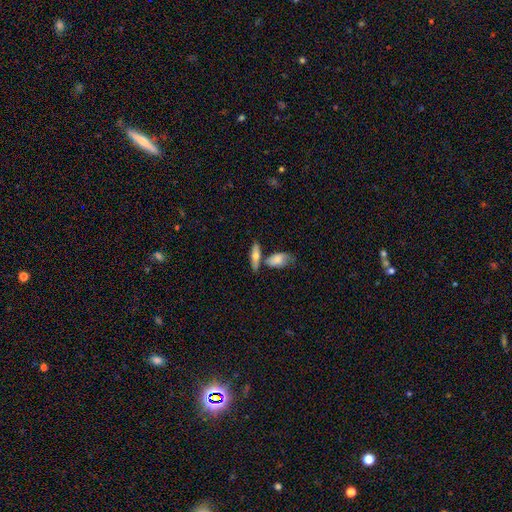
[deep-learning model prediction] This is possibly a smooth galaxy (55%). How rounded: possibly cigar-shaped (48%, tied with in between). Merging: possibly none (57%).